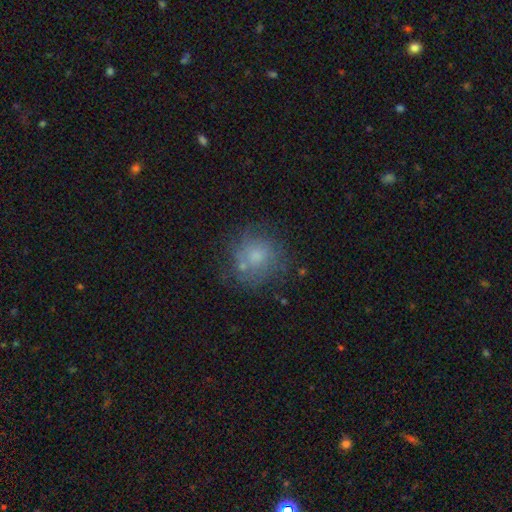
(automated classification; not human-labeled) Smooth or featured? smooth (57%)
How rounded? round (85%)
Merging? none (66%)